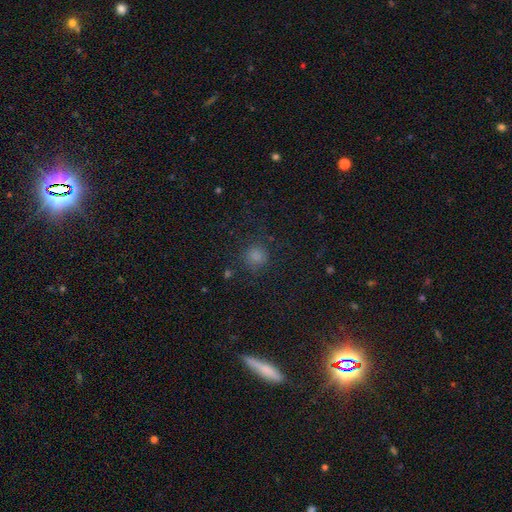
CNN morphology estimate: Overall: smooth (63%; star or artifact 28%). How rounded: round (89%). Merging: none (83%).